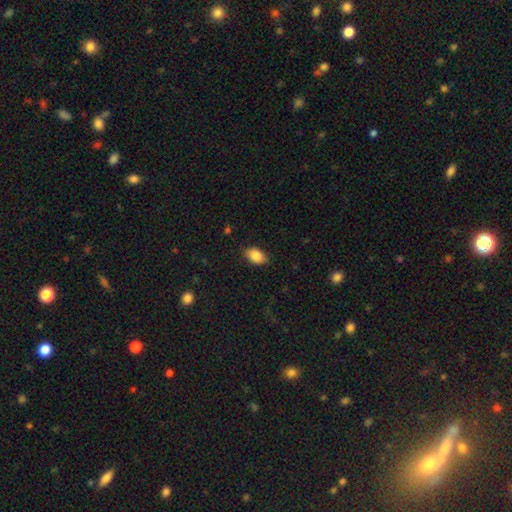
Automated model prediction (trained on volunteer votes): smooth 87%, star or artifact 7%, featured or disk 6%. Down the decision tree: how rounded — in between (87%); merging — none (84%).